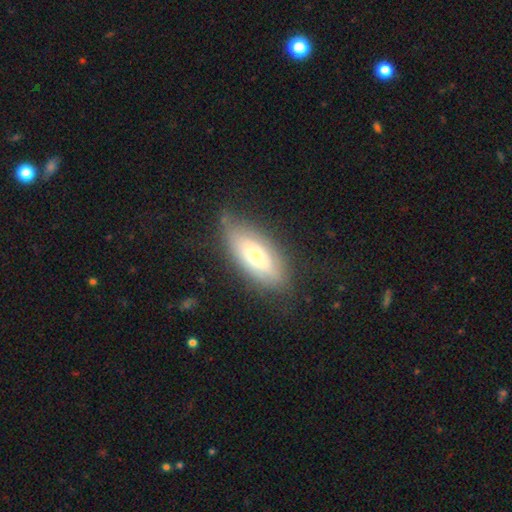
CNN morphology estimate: A smooth galaxy with no disk features (55%) that is in between round and cigar-shaped (78%). Merging: none (72%).